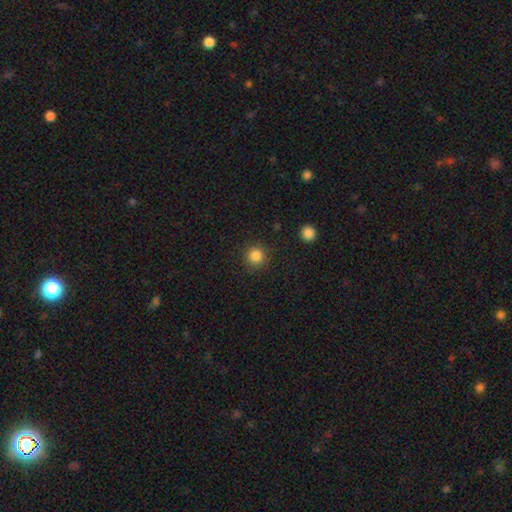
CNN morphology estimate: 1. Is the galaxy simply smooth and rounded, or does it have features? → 85% smooth, 11% star or artifact, 4% featured or disk.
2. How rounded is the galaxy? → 94% round, 5% in between, 1% cigar-shaped.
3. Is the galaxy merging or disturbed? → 89% none, 7% minor disturbance, 3% major disturbance, 1% merger.